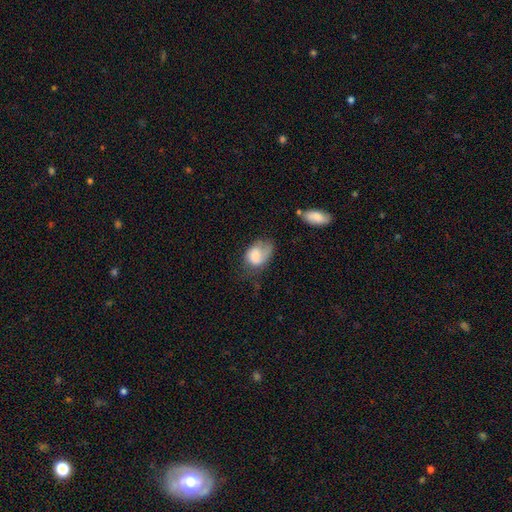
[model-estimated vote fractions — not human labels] Overall: smooth (68%). How rounded: in between (77%). Merging: major disturbance (34%; minor disturbance 33%).